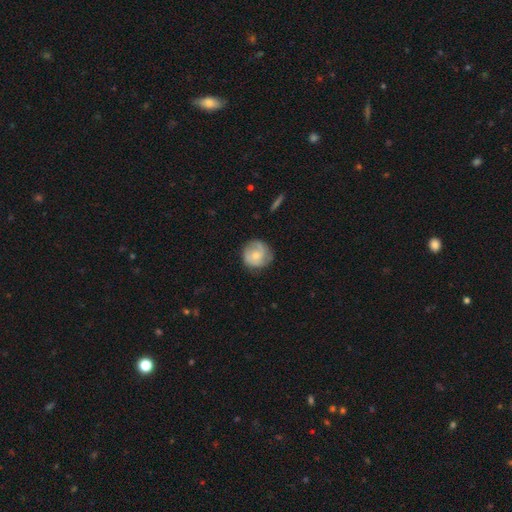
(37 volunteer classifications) smooth 57%, featured or disk 38%, star or artifact 5%. Down the decision tree: how rounded — round (100%); merging — none (77%).